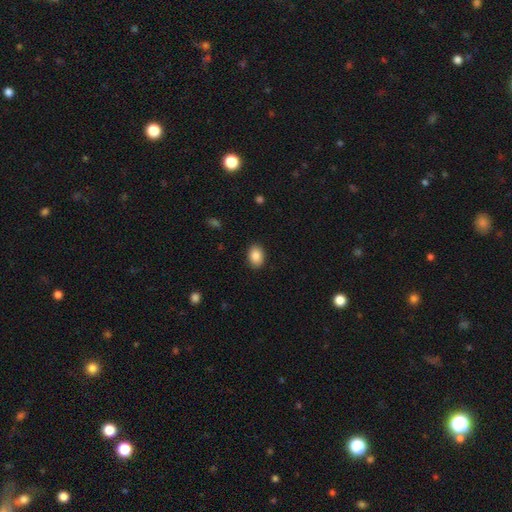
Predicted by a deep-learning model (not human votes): Overall: smooth (88%). How rounded: in between (78%). Merging: none (88%).